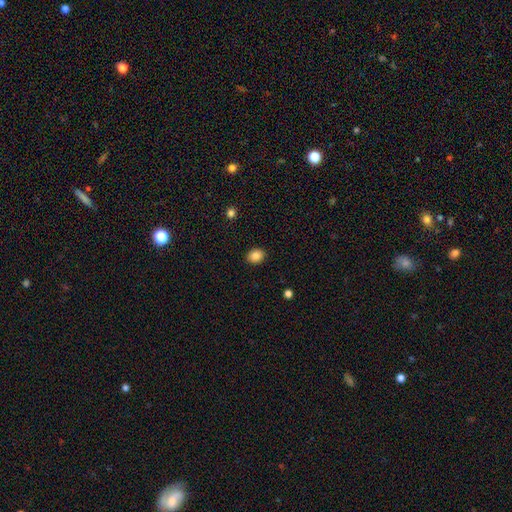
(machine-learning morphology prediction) A smooth galaxy with no disk features (86%) that is round (53%). Merging: none (90%).